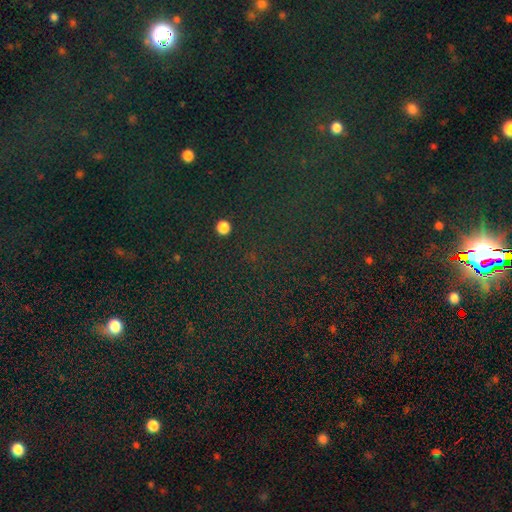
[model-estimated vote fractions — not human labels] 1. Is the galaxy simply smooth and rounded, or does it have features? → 78% star or artifact, 14% smooth, 7% featured or disk.